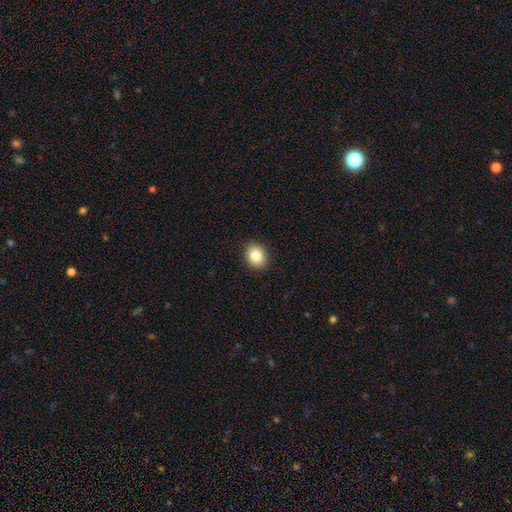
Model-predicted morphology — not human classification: Smooth or featured? smooth (84%)
How rounded? round (57%)
Merging? none (90%)